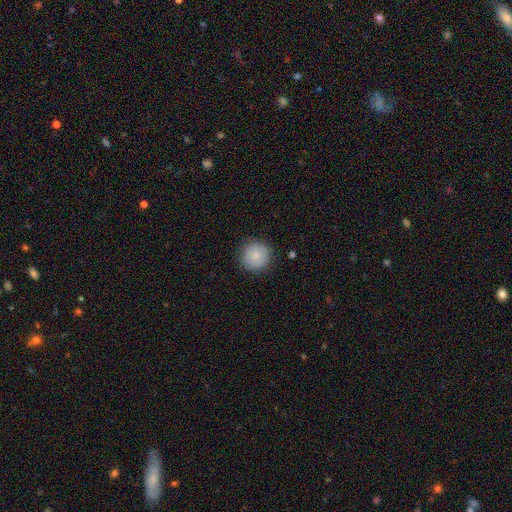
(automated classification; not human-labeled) Morphology: type=smooth (80%); roundness=round (94%); merging=none (86%).